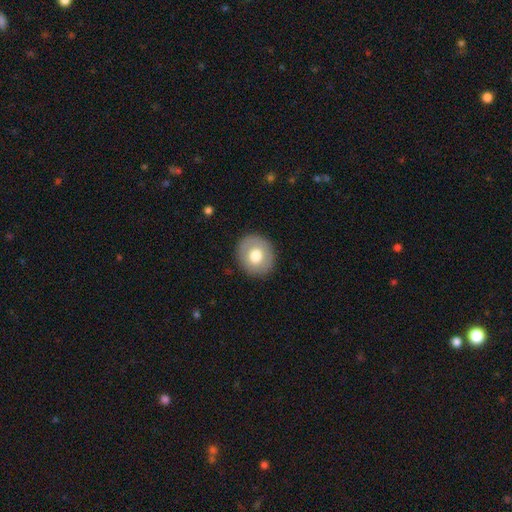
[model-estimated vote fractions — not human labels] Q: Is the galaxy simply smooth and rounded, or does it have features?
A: smooth — 71%.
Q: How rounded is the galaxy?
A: round — 83%.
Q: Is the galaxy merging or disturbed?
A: none — 88%.